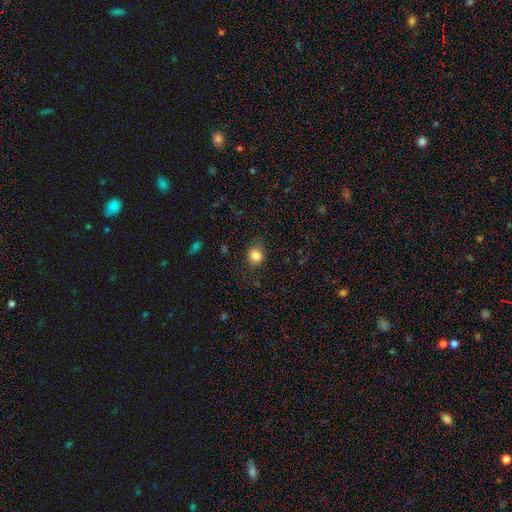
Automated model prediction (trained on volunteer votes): A smooth galaxy with no disk features (83%) that is round (75%).

Vote fractions:
- Smooth or featured? smooth: 83% / star or artifact: 11% / featured or disk: 6%
- How rounded? round: 75% / in between: 24% / cigar-shaped: 1%
- Merging? none: 79% / minor disturbance: 15% / major disturbance: 5% / merger: 1%